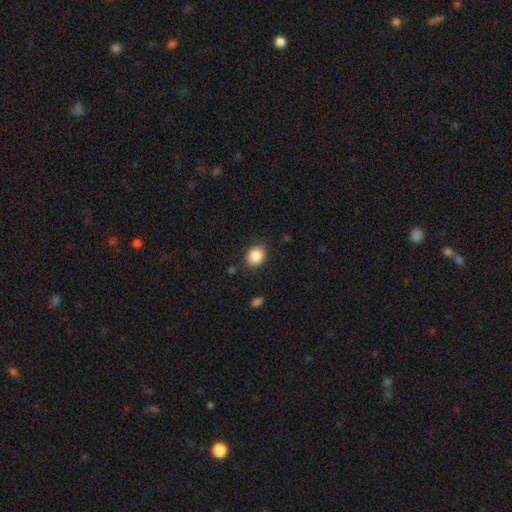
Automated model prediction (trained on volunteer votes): smooth-or-featured: smooth: 86% | star or artifact: 9% | featured or disk: 4%
  how-rounded: round: 59% | in between: 40% | cigar-shaped: 1%
  merging: none: 85% | minor disturbance: 11% | major disturbance: 3% | merger: 2%